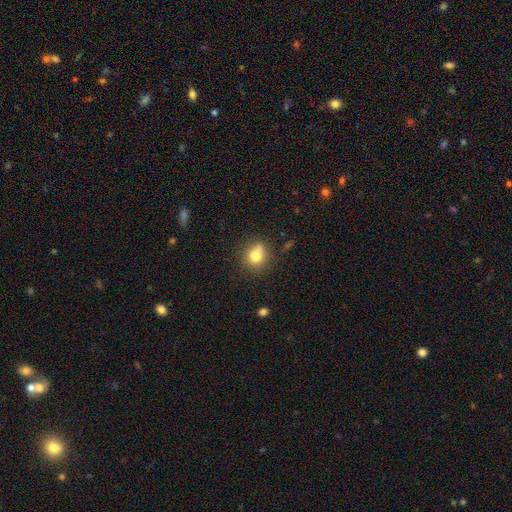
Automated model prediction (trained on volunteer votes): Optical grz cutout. It shows a smooth galaxy with no disk features (78%) that is round (81%). Merging: none (66%).